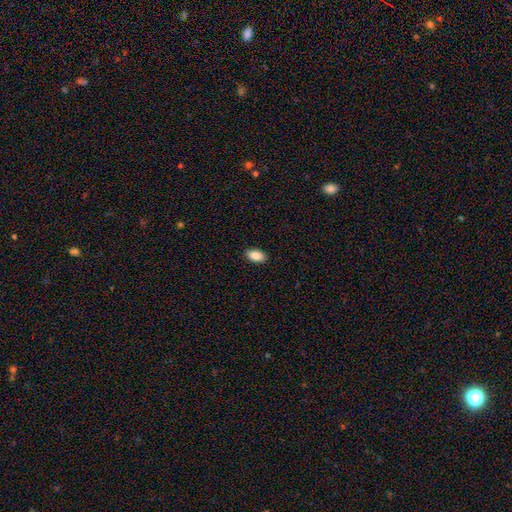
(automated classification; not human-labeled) smooth_or_featured: smooth (p=0.89) [alt: star or artifact p=0.07]
how_rounded: in between (p=0.93) [alt: round p=0.05]
merging: none (p=0.90) [alt: minor disturbance p=0.07]